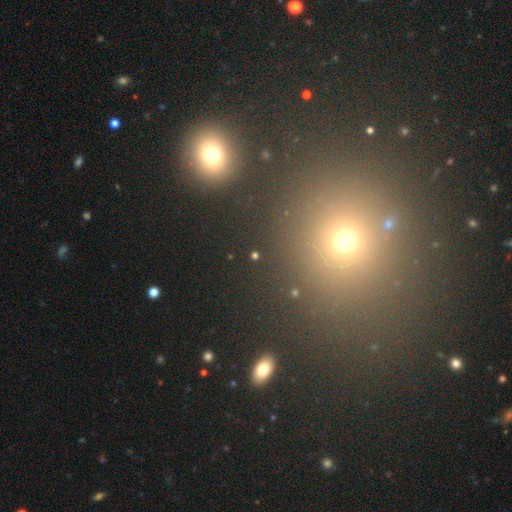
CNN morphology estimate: smooth_or_featured: smooth (p=0.49) [alt: star or artifact p=0.41]
merging: none (p=0.85) [alt: minor disturbance p=0.07]